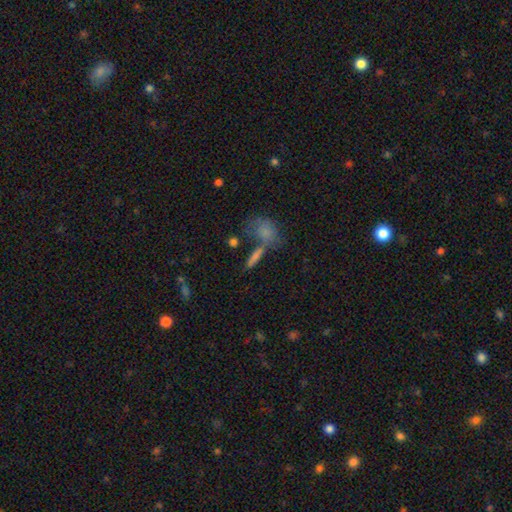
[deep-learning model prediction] Smooth or featured: smooth — 65% (featured or disk — 20%)
How rounded: cigar-shaped — 43% (tied with in between — 43%)
Merging: none — 54% (merger — 28%)